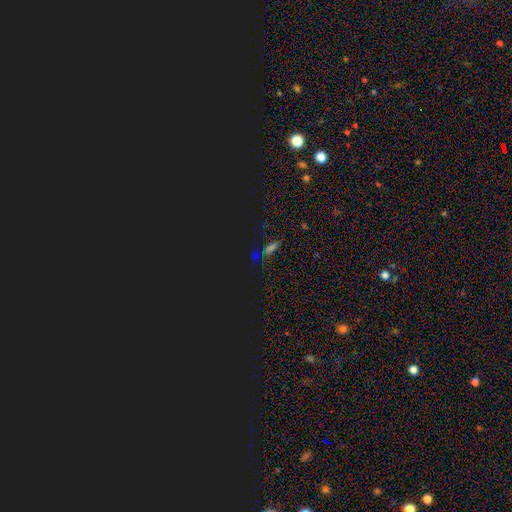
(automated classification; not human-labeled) Morphology: type=star or artifact (58%).